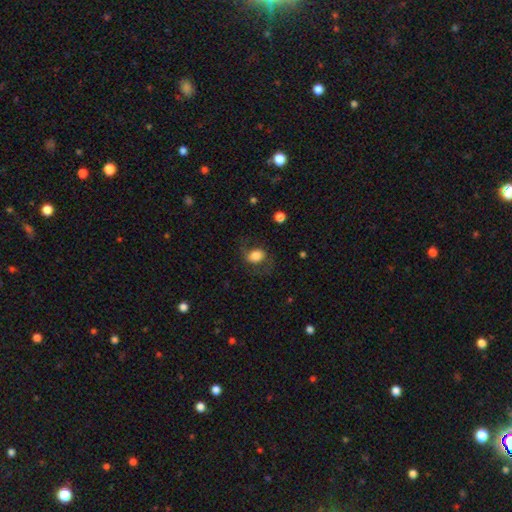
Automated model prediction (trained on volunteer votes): A smooth galaxy with no disk features (65%) that is in between round and cigar-shaped (60%). Merging: none (62%).